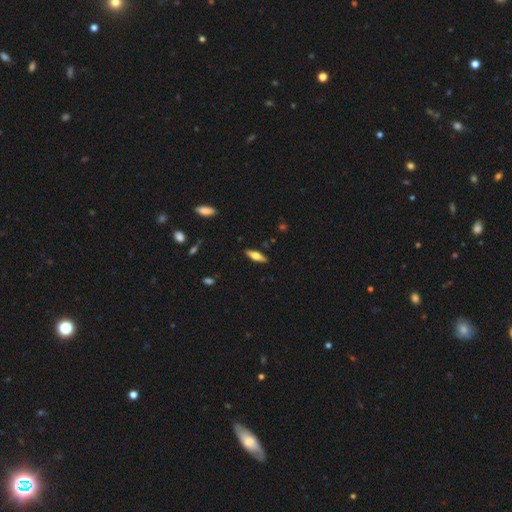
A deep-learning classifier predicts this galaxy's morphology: Smooth or featured? Predicted: featured or disk (p=0.49). Merging? Predicted: none (p=0.89).